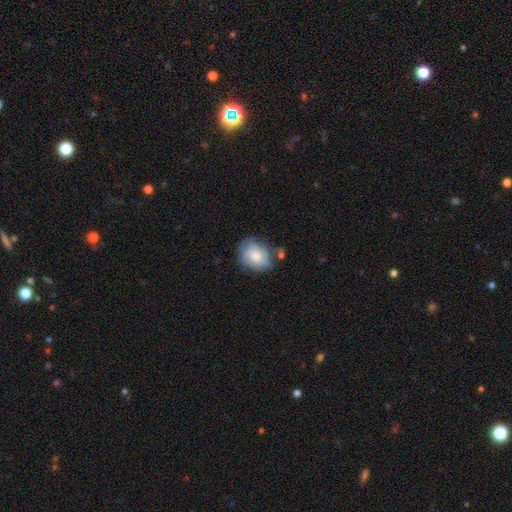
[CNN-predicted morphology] Q: Smooth or featured?
A: smooth (66%); runner-up: featured or disk (27%)
Q: How rounded?
A: in between (50%); runner-up: round (49%)
Q: Merging?
A: none (63%); runner-up: minor disturbance (24%)